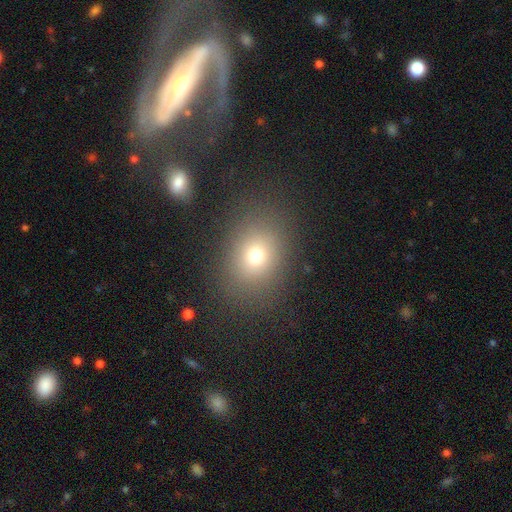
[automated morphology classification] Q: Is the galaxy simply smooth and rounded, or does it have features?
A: smooth — 72%.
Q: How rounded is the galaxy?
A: in between — 55%.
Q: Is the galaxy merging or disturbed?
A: none — 82%.